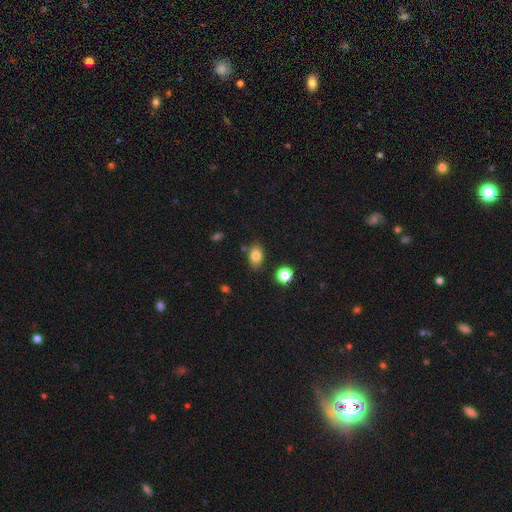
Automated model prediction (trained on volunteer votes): This appears to be a smooth galaxy with no disk features (81%) that is in between round and cigar-shaped (80%). Merging: none (80%).